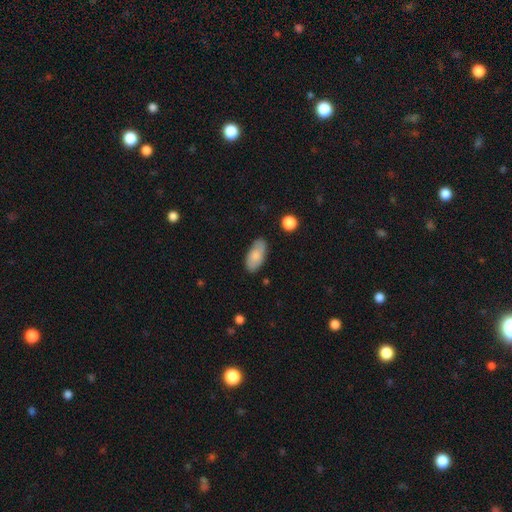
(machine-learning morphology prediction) Q: Smooth or featured?
A: smooth (79%); runner-up: featured or disk (14%)
Q: How rounded?
A: in between (93%); runner-up: cigar-shaped (5%)
Q: Merging?
A: none (81%); runner-up: minor disturbance (14%)